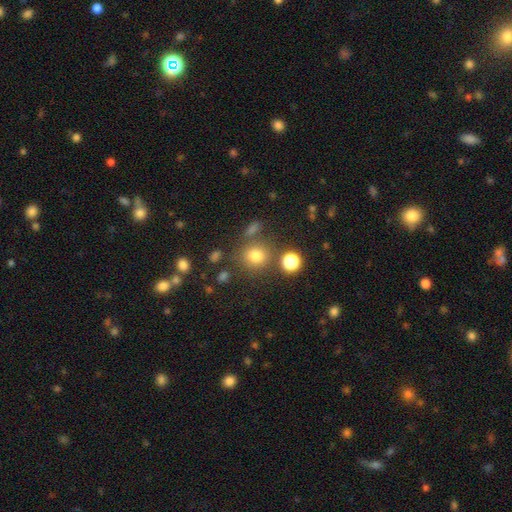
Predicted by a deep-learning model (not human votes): A smooth galaxy with no disk features (76%) that is round (83%). Merging: none (74%).